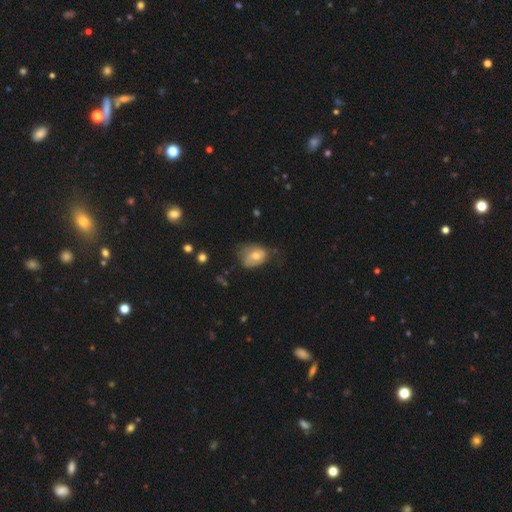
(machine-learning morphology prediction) Smooth or featured: smooth — 63% (featured or disk — 29%)
How rounded: in between — 68% (round — 31%)
Merging: none — 42% (minor disturbance — 37%)